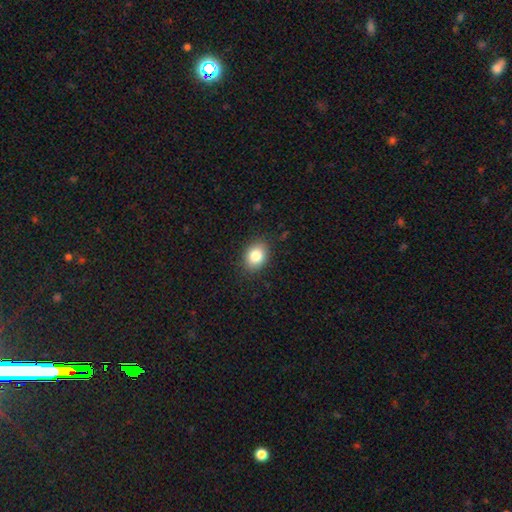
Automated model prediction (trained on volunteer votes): smooth_or_featured: smooth (p=0.84) [alt: star or artifact p=0.09]
how_rounded: in between (p=0.56) [alt: round p=0.43]
merging: none (p=0.86) [alt: minor disturbance p=0.10]